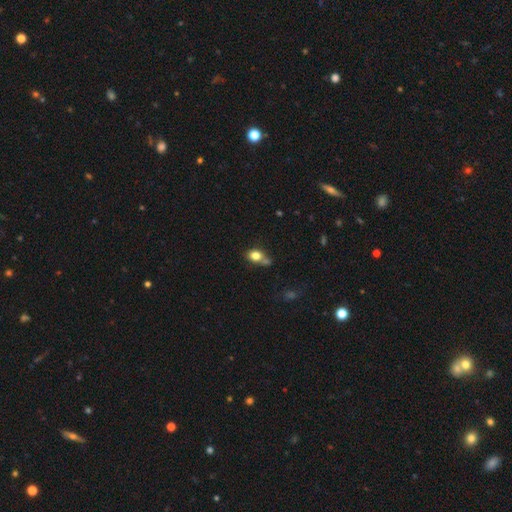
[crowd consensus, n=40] smooth 70%, featured or disk 20%, star or artifact 10%. Down the decision tree: how rounded — round (57%); merging — none (44%).